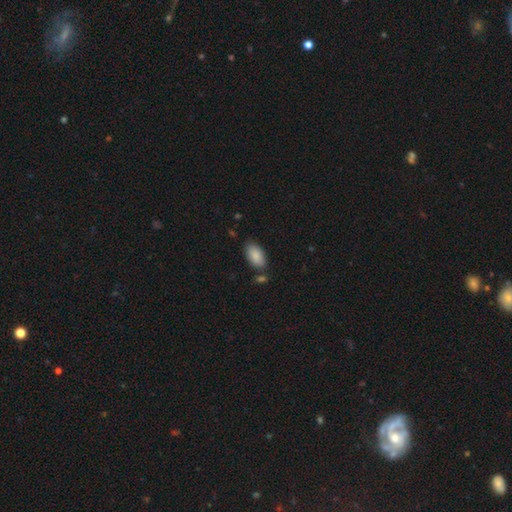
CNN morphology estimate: A smooth galaxy with no disk features (88%) that is in between round and cigar-shaped (94%).

Vote fractions:
- Smooth or featured? smooth: 88% / star or artifact: 6% / featured or disk: 6%
- How rounded? in between: 94% / cigar-shaped: 3% / round: 3%
- Merging? none: 75% / minor disturbance: 16% / merger: 6% / major disturbance: 3%